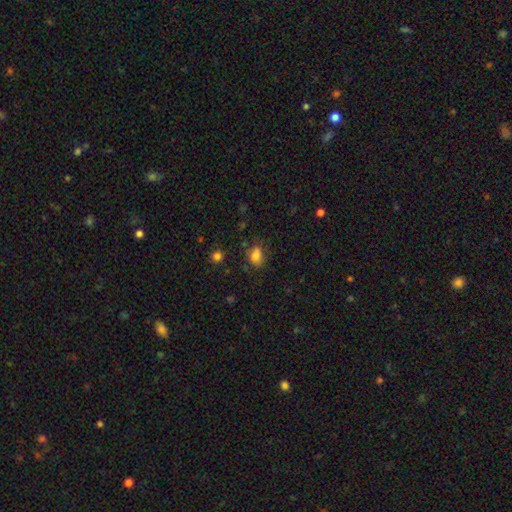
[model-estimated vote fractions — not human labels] Smooth or featured? Predicted: smooth (p=0.79). How rounded? Predicted: in between (p=0.69). Merging? Predicted: none (p=0.65).